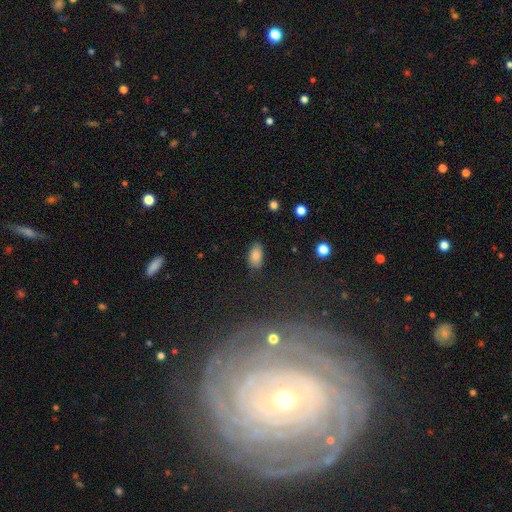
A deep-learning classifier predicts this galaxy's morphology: smooth_or_featured: smooth (p=0.83) [alt: star or artifact p=0.09]
how_rounded: in between (p=0.93) [alt: round p=0.04]
merging: none (p=0.80) [alt: minor disturbance p=0.16]